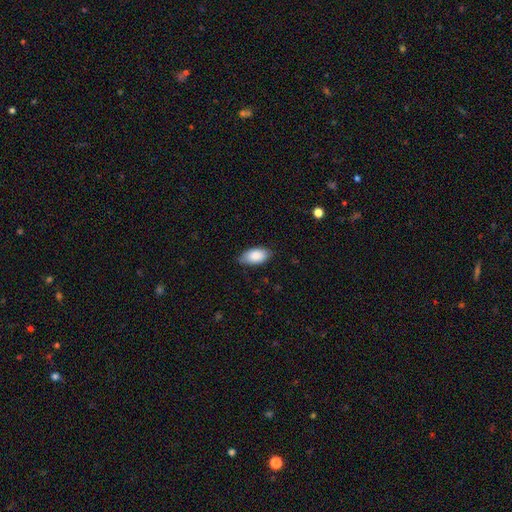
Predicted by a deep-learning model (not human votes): Smooth or featured: smooth — 87% (featured or disk — 7%)
How rounded: in between — 94% (round — 3%)
Merging: none — 78% (minor disturbance — 18%)